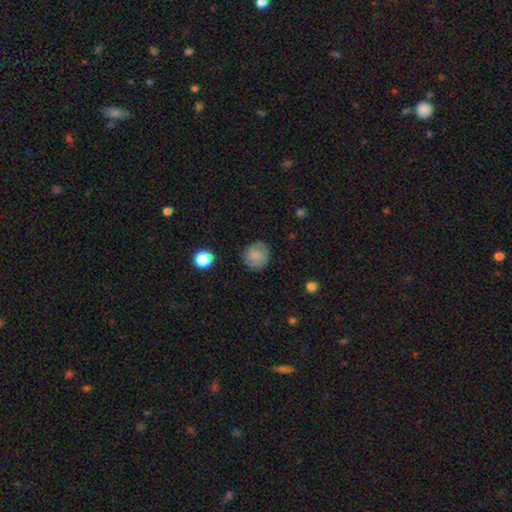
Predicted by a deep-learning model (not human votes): Morphology: type=smooth (68%); roundness=round (86%); merging=none (78%).